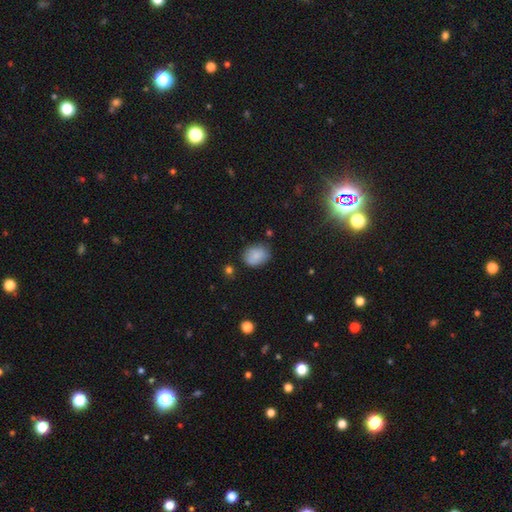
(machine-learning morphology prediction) The model was most divided on "how rounded": in between: 64%, round: 35%, cigar-shaped: 1%. More confident: smooth or featured — smooth (85%); merging — none (71%).